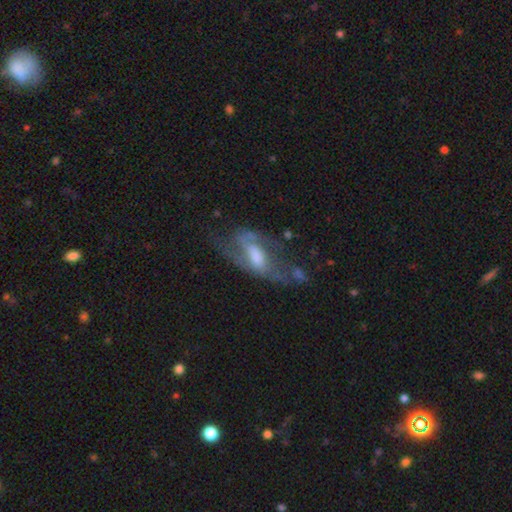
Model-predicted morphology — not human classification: This is likely a featured or disk galaxy (71%). It is clearly not viewed edge-on (90%). Bar: marginally weak (43%). Spiral arm pattern: likely yes (73%). Central bulge: marginally moderate (45%). Merging: marginally none (43%).